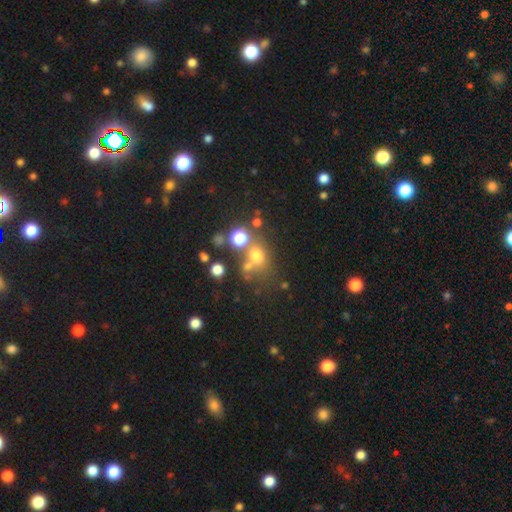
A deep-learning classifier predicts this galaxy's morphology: Smooth or featured? smooth (60%)
How rounded? round (68%)
Merging? none (53%)